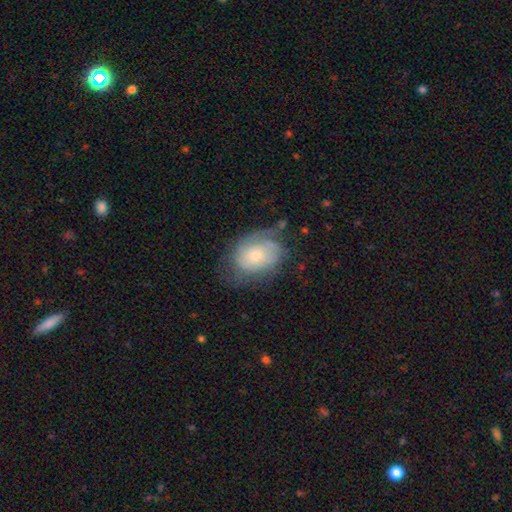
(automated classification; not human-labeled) This appears to be a featured or disk galaxy (49%). Merging: none (53%).